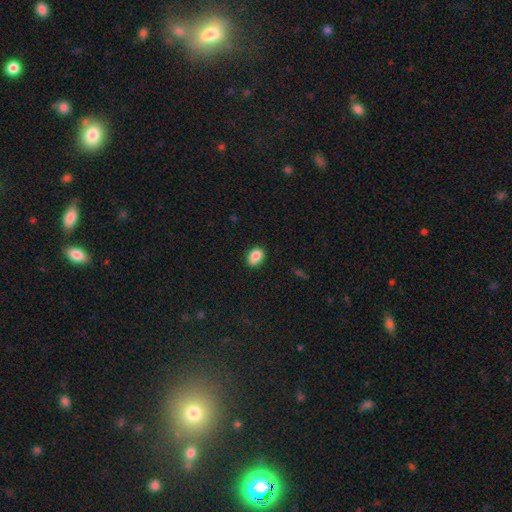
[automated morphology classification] type=smooth (87%); roundness=in between (79%); merging=none (81%).